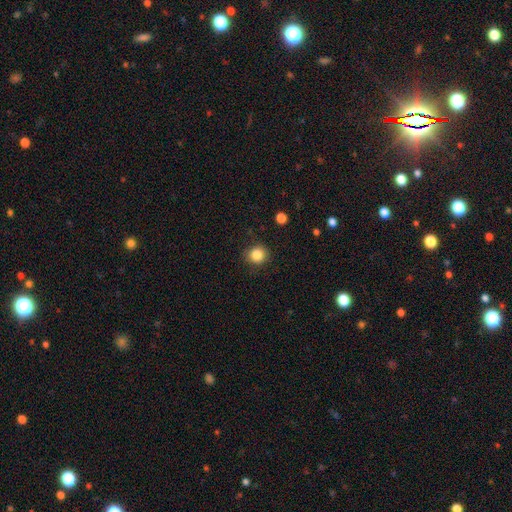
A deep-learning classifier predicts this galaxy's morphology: This is clearly a smooth galaxy (85%). How rounded: clearly round (85%). Merging: clearly none (88%).